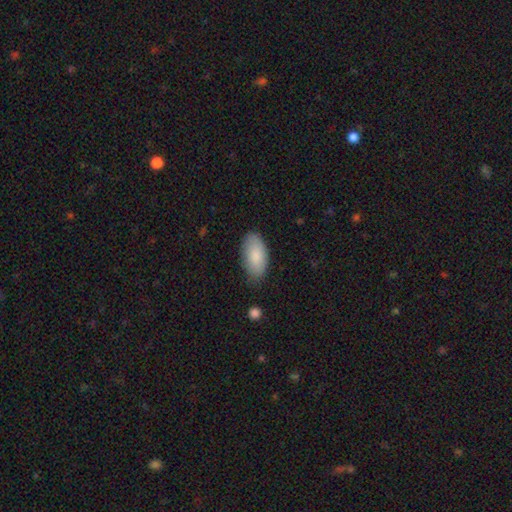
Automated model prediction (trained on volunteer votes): Smooth or featured?
  - smooth: 85% *
  - featured or disk: 9%
  - star or artifact: 6%
How rounded?
  - in between: 94% *
  - cigar-shaped: 4%
  - round: 2%
Merging?
  - none: 80% *
  - minor disturbance: 16%
  - major disturbance: 3%
  - merger: 1%